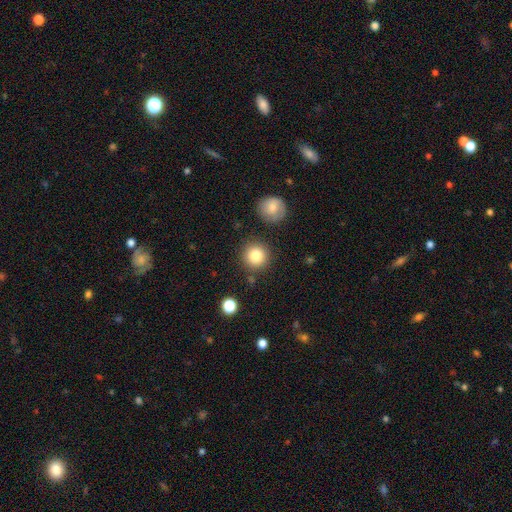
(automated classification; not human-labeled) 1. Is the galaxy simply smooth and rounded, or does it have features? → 84% smooth, 9% star or artifact, 7% featured or disk.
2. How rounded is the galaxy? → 94% round, 5% in between, 1% cigar-shaped.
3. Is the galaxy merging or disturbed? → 85% none, 8% minor disturbance, 5% merger, 3% major disturbance.